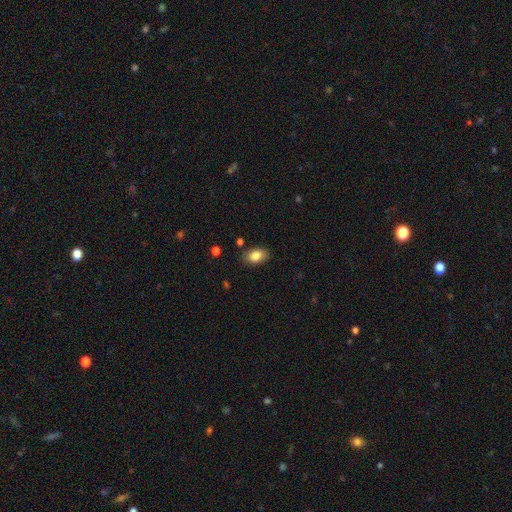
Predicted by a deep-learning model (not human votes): Smooth or featured?
  - smooth: 84% *
  - featured or disk: 8%
  - star or artifact: 8%
How rounded?
  - in between: 88% *
  - round: 11%
  - cigar-shaped: 2%
Merging?
  - none: 84% *
  - minor disturbance: 12%
  - major disturbance: 3%
  - merger: 2%